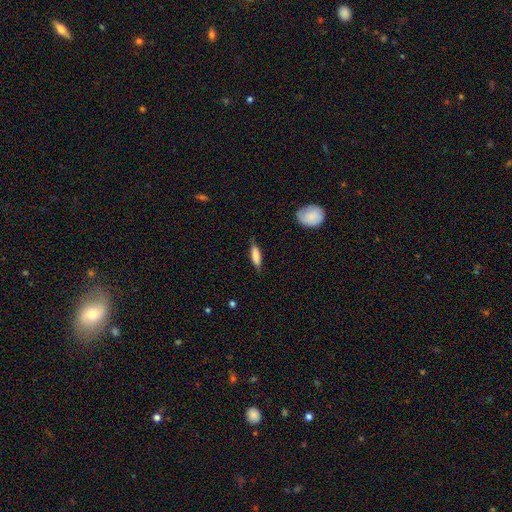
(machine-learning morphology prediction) Smooth or featured?
  - smooth: 78% *
  - featured or disk: 15%
  - star or artifact: 6%
How rounded?
  - cigar-shaped: 59% *
  - in between: 39%
  - round: 2%
Merging?
  - none: 78% *
  - minor disturbance: 17%
  - major disturbance: 3%
  - merger: 1%